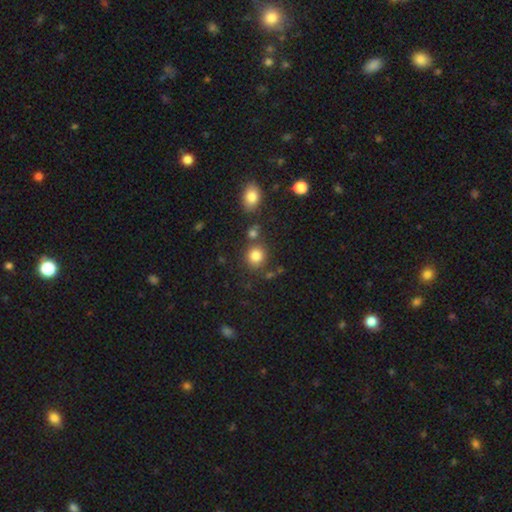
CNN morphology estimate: smooth 82%, star or artifact 12%, featured or disk 6%. Down the decision tree: how rounded — round (84%); merging — none (75%).